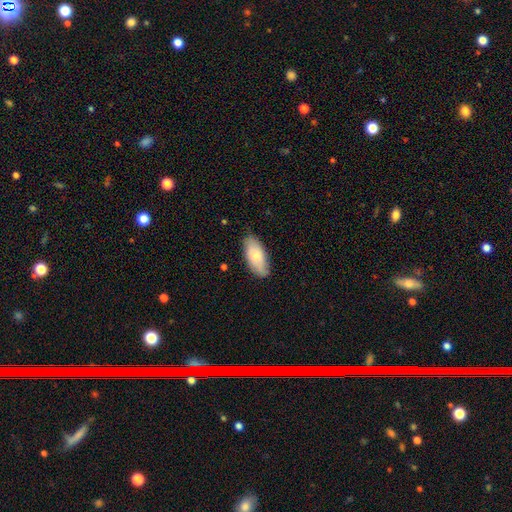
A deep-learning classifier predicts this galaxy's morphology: smooth 70%, featured or disk 24%, star or artifact 6%. Down the decision tree: how rounded — in between (90%); merging — none (78%).